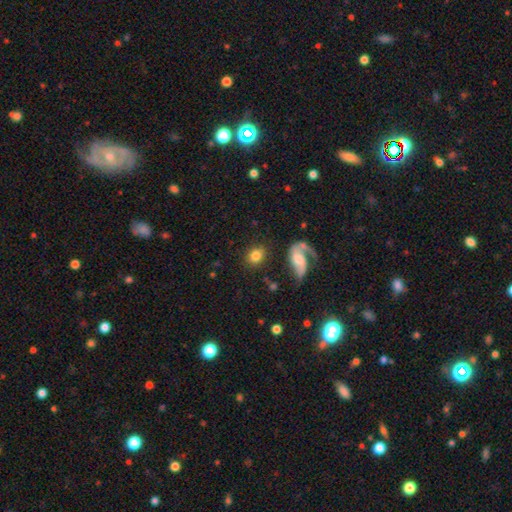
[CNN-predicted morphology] The model was most divided on "how rounded": round: 60%, in between: 38%, cigar-shaped: 2%. More confident: smooth or featured — smooth (76%); merging — none (74%).